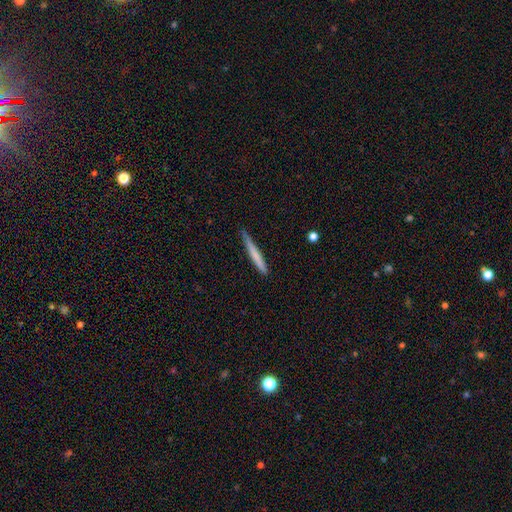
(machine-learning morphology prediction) smooth 68%, featured or disk 27%, star or artifact 6%. Down the decision tree: how rounded — cigar-shaped (96%); merging — none (81%).